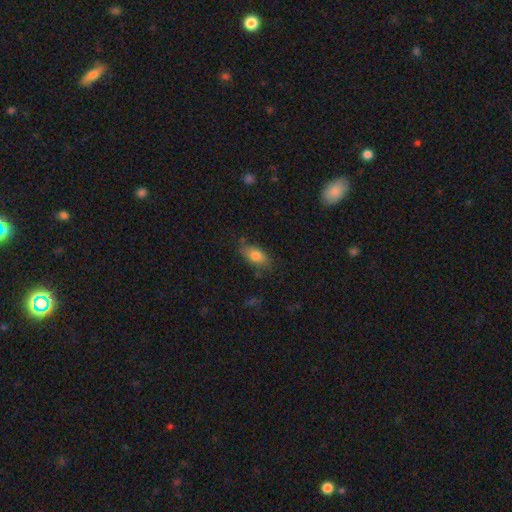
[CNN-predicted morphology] This is likely a smooth galaxy (78%). How rounded: clearly in between (87%). Merging: likely none (72%).